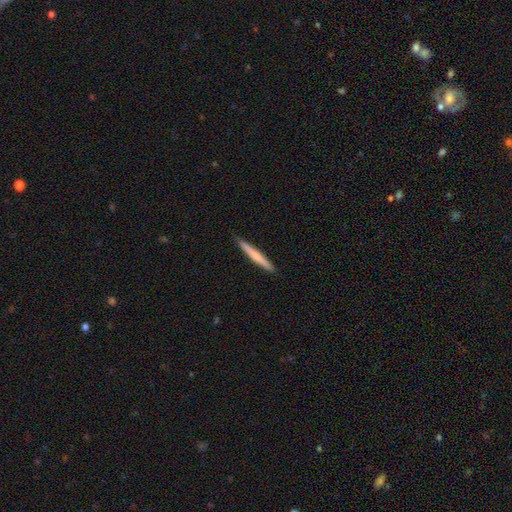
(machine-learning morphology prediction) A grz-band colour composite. It shows a smooth galaxy with no disk features (64%) that is cigar-shaped (96%). Merging: none (91%).